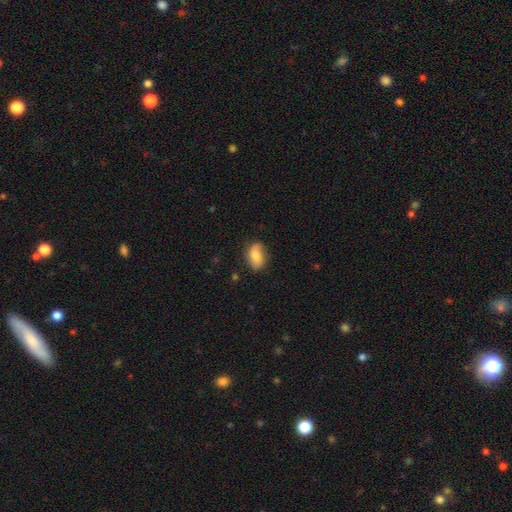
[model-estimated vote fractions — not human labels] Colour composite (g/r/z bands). It shows a smooth galaxy with no disk features (72%) that is in between round and cigar-shaped (87%). Merging: none (69%).